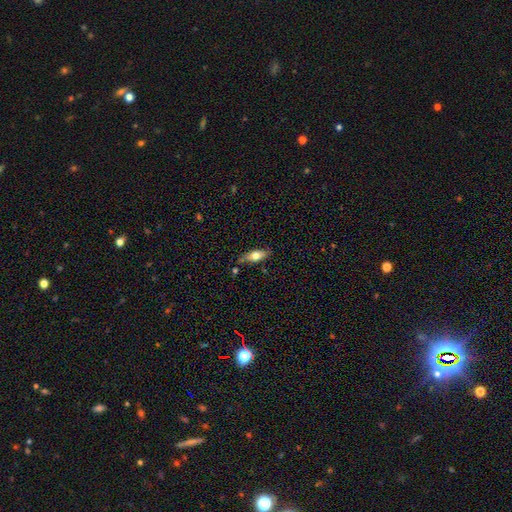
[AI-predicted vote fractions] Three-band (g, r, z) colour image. It shows a smooth galaxy with no disk features (65%) that is in between round and cigar-shaped (71%). Merging: none (72%).